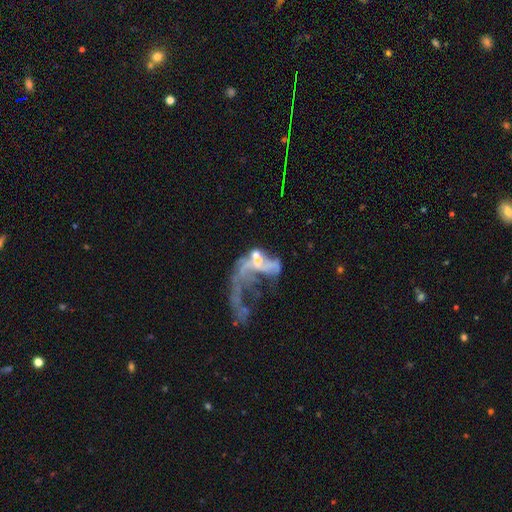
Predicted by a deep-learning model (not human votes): A featured or disk galaxy (73%) with no bar (65%), spiral arms (53%) and a small central bulge (42%).

Vote fractions:
- Smooth or featured? featured or disk: 73% / smooth: 16% / star or artifact: 12%
- Edge-on disk? no: 95% / yes: 5%
- Bar? no: 65% / weak: 25% / strong: 10%
- Spiral arms? yes: 53% / no: 47%
- Bulge size? small: 42% / moderate: 37% / none: 14% / large: 5% / dominant: 2%
- Merging? major disturbance: 47% / merger: 37% / none: 10% / minor disturbance: 6%